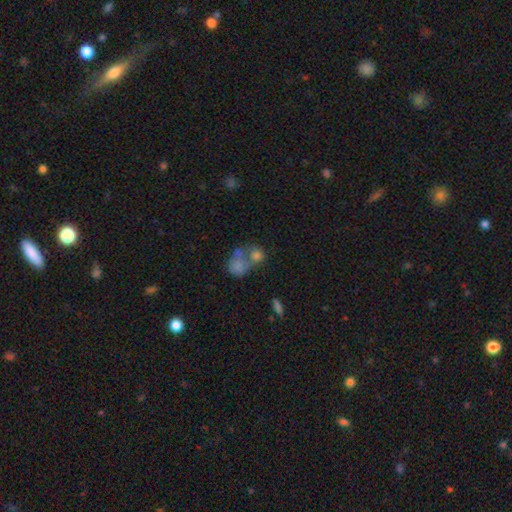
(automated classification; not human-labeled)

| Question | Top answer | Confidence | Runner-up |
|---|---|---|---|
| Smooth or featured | smooth | 48% | star or artifact (29%) |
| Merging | merger | 46% | none (36%) |